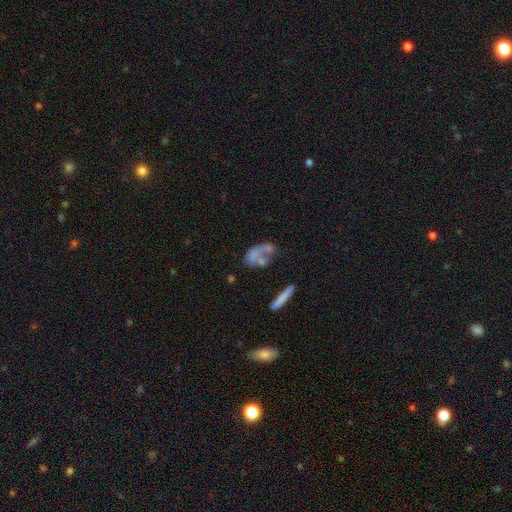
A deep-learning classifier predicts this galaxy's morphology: Smooth or featured?
  - smooth: 49% *
  - featured or disk: 41%
  - star or artifact: 10%
Merging?
  - merger: 31% *
  - none: 27%
  - major disturbance: 27%
  - minor disturbance: 16%